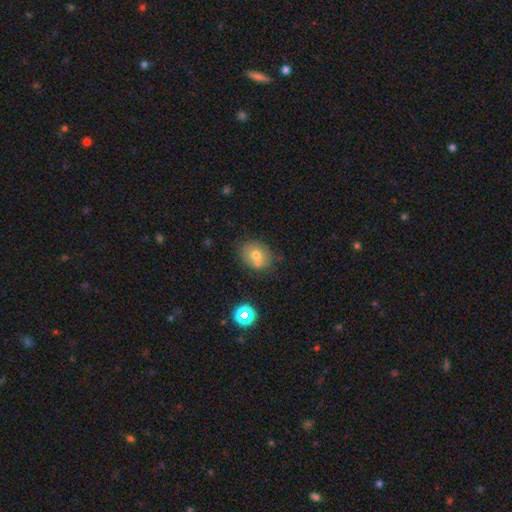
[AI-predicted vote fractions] The model was most divided on "how rounded": round: 53%, in between: 46%, cigar-shaped: 1%. More confident: smooth or featured — smooth (64%); merging — none (60%).